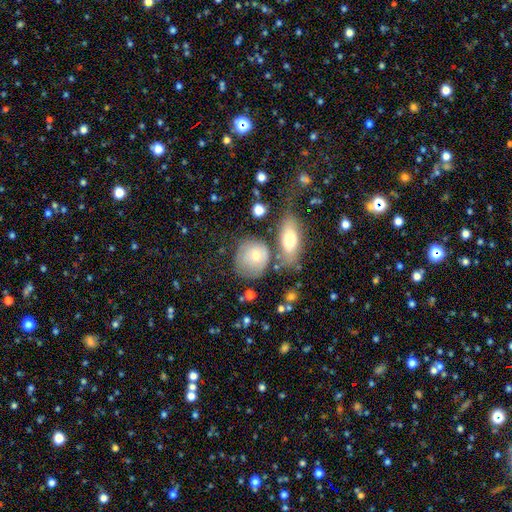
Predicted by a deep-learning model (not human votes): This is likely a smooth galaxy (62%). How rounded: likely round (72%). Merging: possibly none (55%).